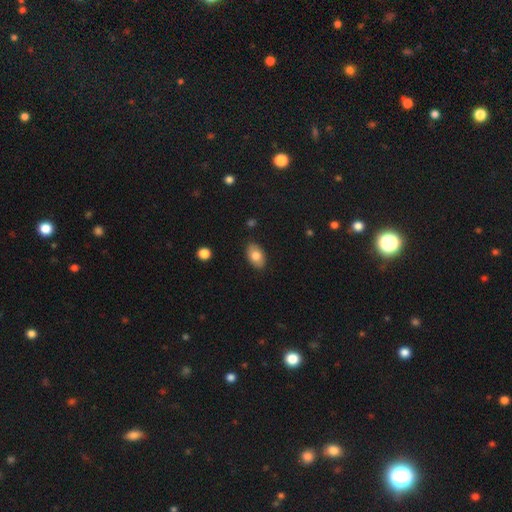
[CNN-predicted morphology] This is clearly a smooth galaxy (80%). How rounded: clearly in between (91%). Merging: clearly none (86%).